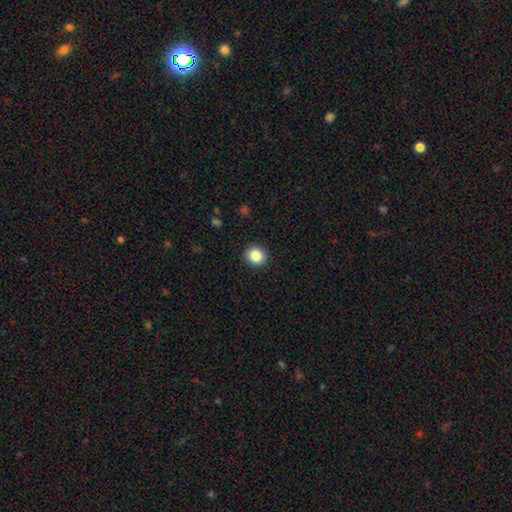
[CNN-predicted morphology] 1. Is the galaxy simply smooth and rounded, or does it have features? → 85% smooth, 10% star or artifact, 5% featured or disk.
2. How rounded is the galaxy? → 87% round, 12% in between, 1% cigar-shaped.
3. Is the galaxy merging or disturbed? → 92% none, 6% minor disturbance, 2% major disturbance, 1% merger.